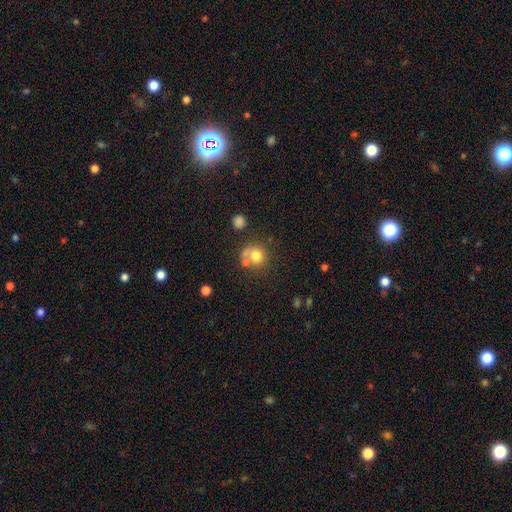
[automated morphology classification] Smooth or featured: smooth — 73% (featured or disk — 15%)
How rounded: round — 83% (in between — 16%)
Merging: none — 47% (merger — 31%)